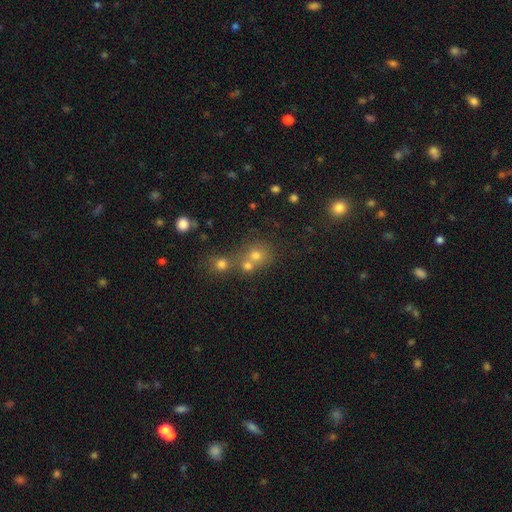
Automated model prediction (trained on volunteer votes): A smooth galaxy with no disk features (64%) that is round (83%).

Vote fractions:
- Smooth or featured? smooth: 64% / star or artifact: 23% / featured or disk: 13%
- How rounded? round: 83% / in between: 16% / cigar-shaped: 1%
- Merging? merger: 45% / none: 44% / minor disturbance: 7% / major disturbance: 4%